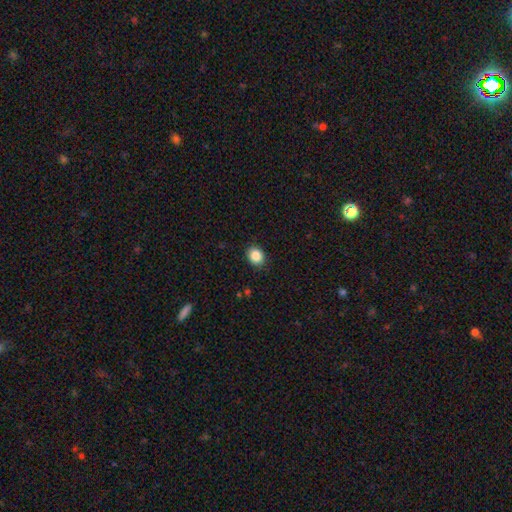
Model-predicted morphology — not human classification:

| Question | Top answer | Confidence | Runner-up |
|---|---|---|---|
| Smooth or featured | smooth | 86% | star or artifact (9%) |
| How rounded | round | 61% | in between (38%) |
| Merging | none | 89% | minor disturbance (8%) |